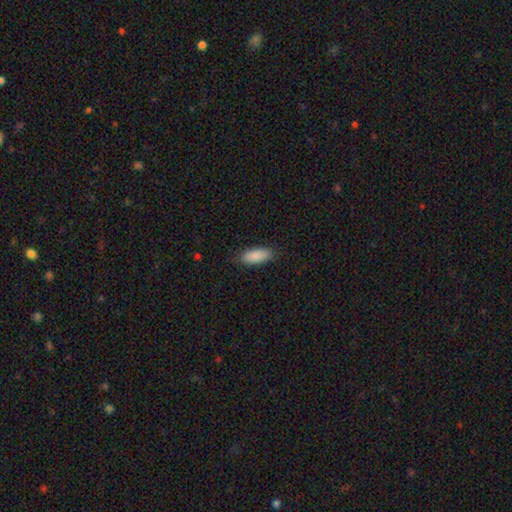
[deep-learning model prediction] The model was most divided on "how rounded": in between: 77%, cigar-shaped: 21%, round: 2%. More confident: smooth or featured — smooth (89%); merging — none (84%).